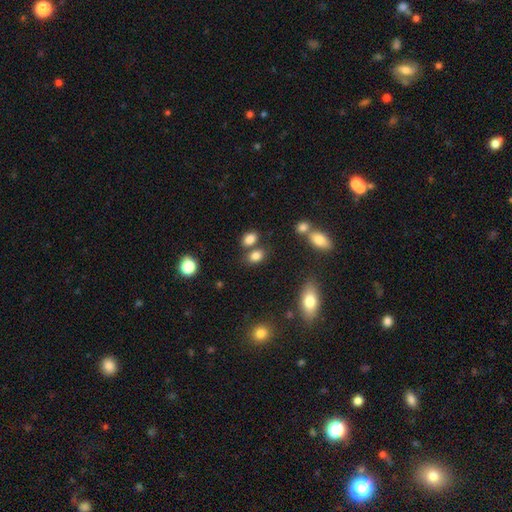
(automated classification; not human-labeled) This appears to be a smooth galaxy with no disk features (81%) that is in between round and cigar-shaped (77%). Merging: none (62%).